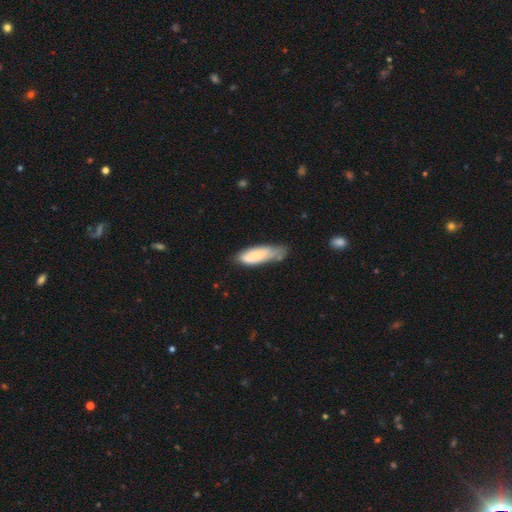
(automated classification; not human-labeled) Smooth or featured? smooth (71%)
How rounded? in between (61%)
Merging? none (41%)